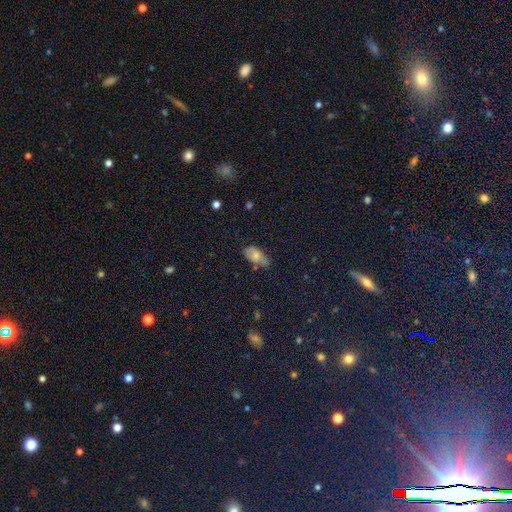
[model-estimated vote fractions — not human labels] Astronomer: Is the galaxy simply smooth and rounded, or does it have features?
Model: smooth — 68%.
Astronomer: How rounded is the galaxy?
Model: in between — 90%.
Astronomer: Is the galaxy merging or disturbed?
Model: none — 50% (runner-up: minor disturbance, 35%).